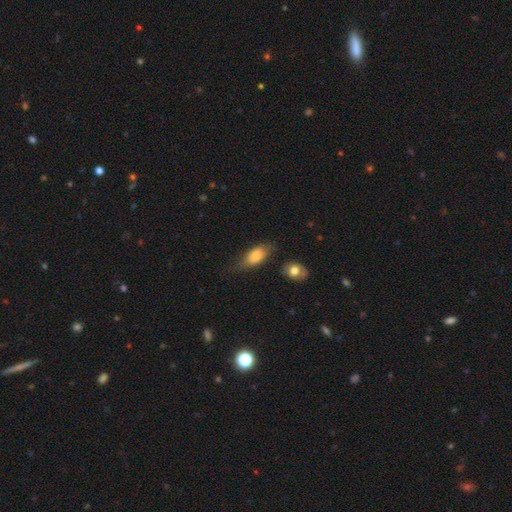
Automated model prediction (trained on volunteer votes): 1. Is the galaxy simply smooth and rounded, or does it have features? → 77% smooth, 16% featured or disk, 7% star or artifact.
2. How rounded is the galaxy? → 84% in between, 11% cigar-shaped, 5% round.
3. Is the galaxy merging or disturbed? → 52% none, 31% minor disturbance, 11% major disturbance, 6% merger.